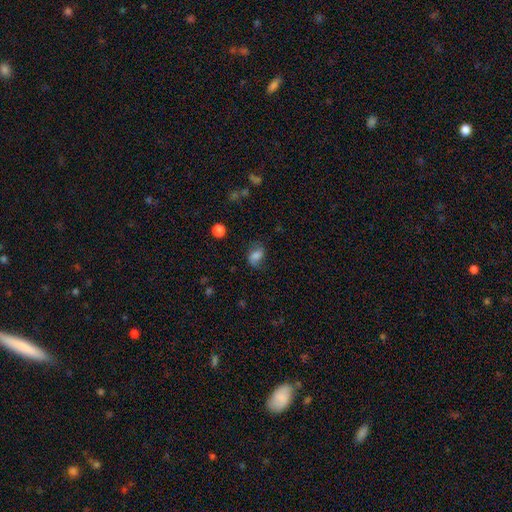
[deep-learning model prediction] A smooth galaxy with no disk features (70%) that is in between round and cigar-shaped (77%).

Vote fractions:
- Smooth or featured? smooth: 70% / featured or disk: 19% / star or artifact: 11%
- How rounded? in between: 77% / round: 21% / cigar-shaped: 2%
- Merging? none: 64% / minor disturbance: 24% / major disturbance: 10% / merger: 2%